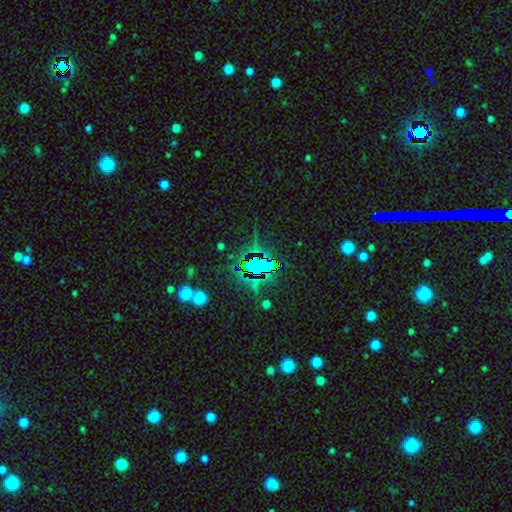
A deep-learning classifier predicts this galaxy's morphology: Smooth or featured? star or artifact (70%)